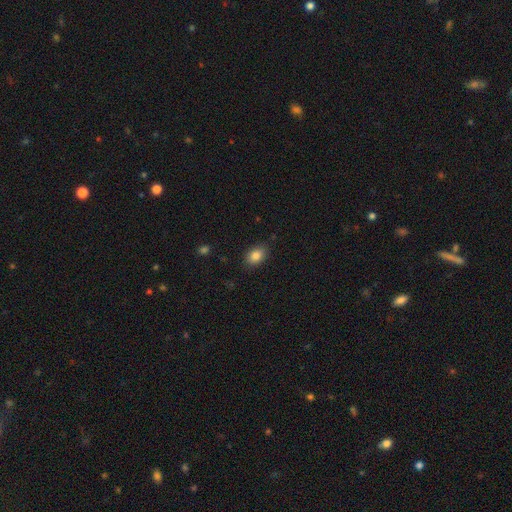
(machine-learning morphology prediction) Smooth or featured? Predicted: smooth (p=0.84). How rounded? Predicted: in between (p=0.81). Merging? Predicted: none (p=0.86).